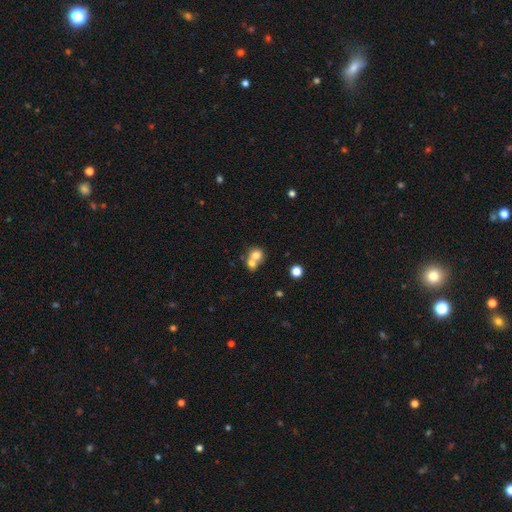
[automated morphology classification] Smooth or featured? smooth (72%)
How rounded? round (71%)
Merging? merger (64%)